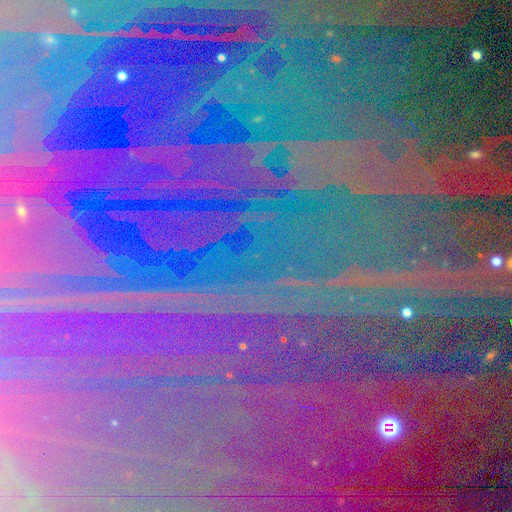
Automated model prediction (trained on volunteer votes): Morphology: type=star or artifact (88%).